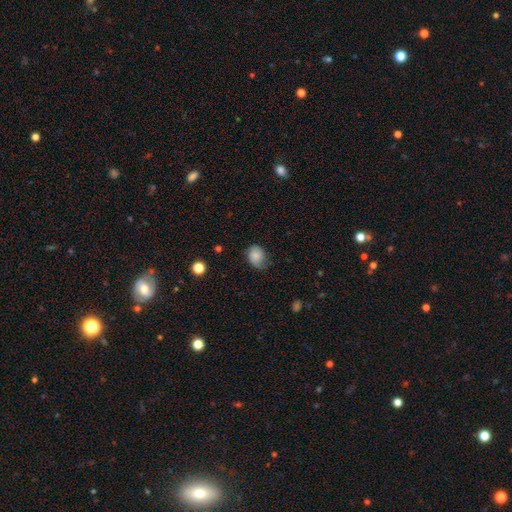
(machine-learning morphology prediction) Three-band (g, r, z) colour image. It shows a smooth galaxy with no disk features (80%) that is in between round and cigar-shaped (53%). Merging: none (60%).